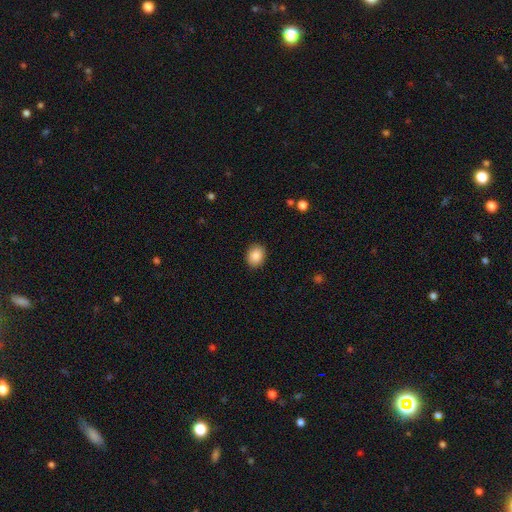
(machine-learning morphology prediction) The model was most divided on "how rounded": in between: 51%, round: 48%, cigar-shaped: 1%. More confident: merging — none (90%); smooth or featured — smooth (88%).